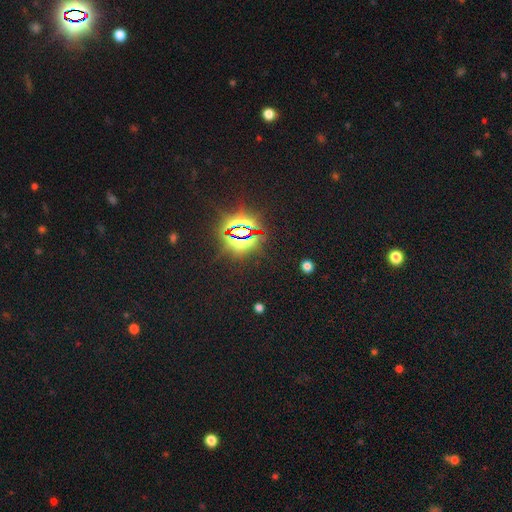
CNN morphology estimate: star or artifact 85%, smooth 9%, featured or disk 6%.